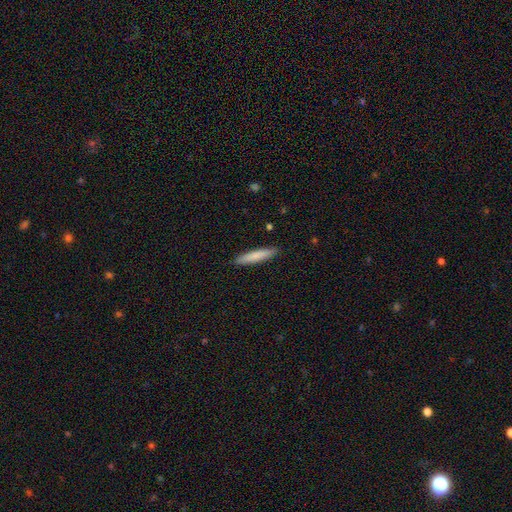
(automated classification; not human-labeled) Morphology: type=smooth (79%); roundness=cigar-shaped (92%); merging=none (91%).